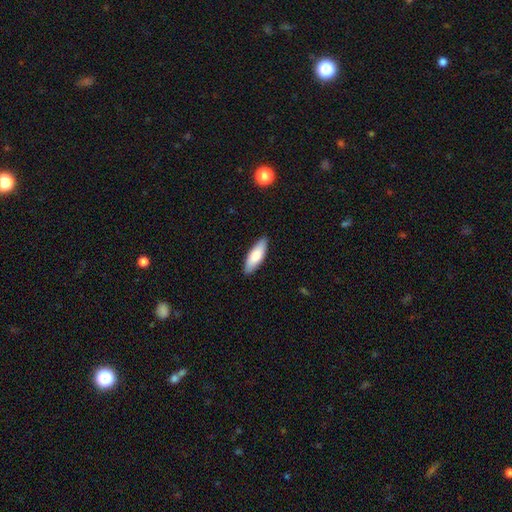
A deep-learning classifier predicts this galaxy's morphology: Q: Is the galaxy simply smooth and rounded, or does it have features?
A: smooth — 76%.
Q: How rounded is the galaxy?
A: in between — 62%.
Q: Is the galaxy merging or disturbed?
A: none — 89%.